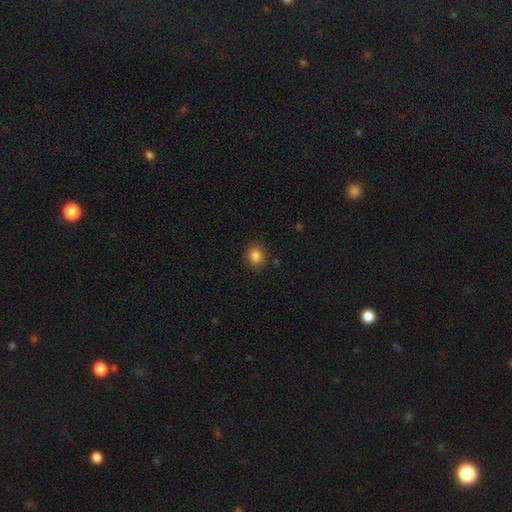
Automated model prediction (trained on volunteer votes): This is clearly a smooth galaxy (85%). How rounded: likely round (78%). Merging: clearly none (89%).